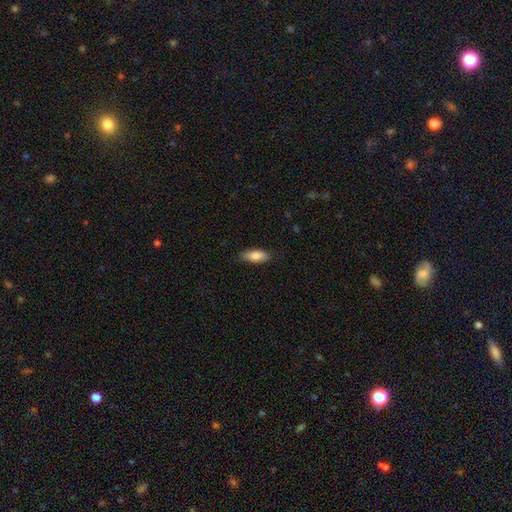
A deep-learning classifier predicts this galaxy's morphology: Smooth or featured: smooth — 83% (featured or disk — 11%)
How rounded: in between — 71% (cigar-shaped — 27%)
Merging: none — 84% (minor disturbance — 13%)